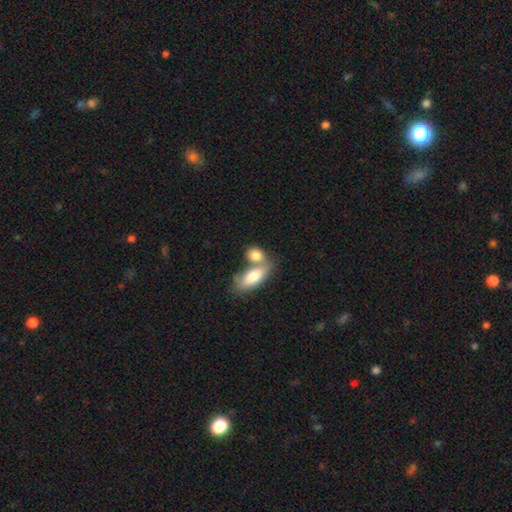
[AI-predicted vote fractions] A smooth galaxy with no disk features (80%) that is in between round and cigar-shaped (71%).

Vote fractions:
- Smooth or featured? smooth: 80% / featured or disk: 14% / star or artifact: 6%
- How rounded? in between: 71% / round: 21% / cigar-shaped: 8%
- Merging? merger: 53% / none: 35% / minor disturbance: 9% / major disturbance: 4%